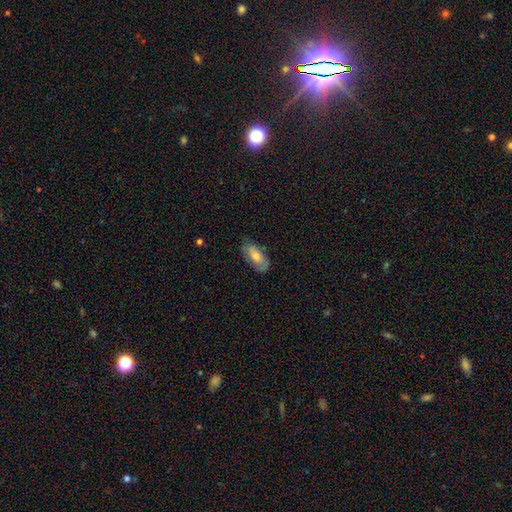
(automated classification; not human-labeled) smooth_or_featured: smooth (p=0.50) [alt: featured or disk p=0.42]
how_rounded: in between (p=0.87) [alt: cigar-shaped p=0.09]
merging: none (p=0.75) [alt: minor disturbance p=0.19]